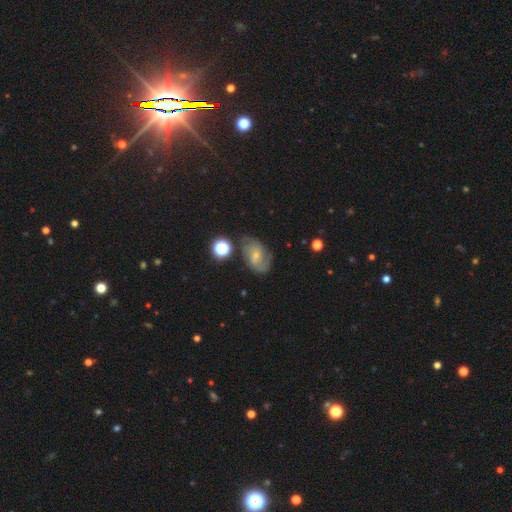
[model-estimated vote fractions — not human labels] Smooth or featured? featured or disk (70%)
Edge-on disk? no (97%)
Bar? no (46%)
Spiral arms? yes (92%)
Spiral winding? medium (49%)
Spiral arm count? 2 (66%)
Bulge size? small (67%)
Merging? none (63%)